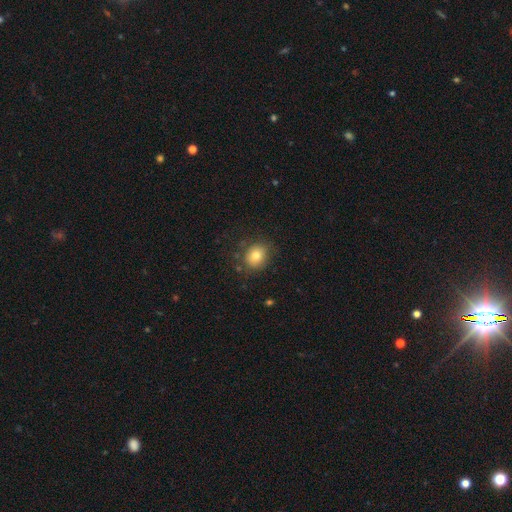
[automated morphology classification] Smooth or featured? smooth (79%)
How rounded? round (65%)
Merging? none (79%)